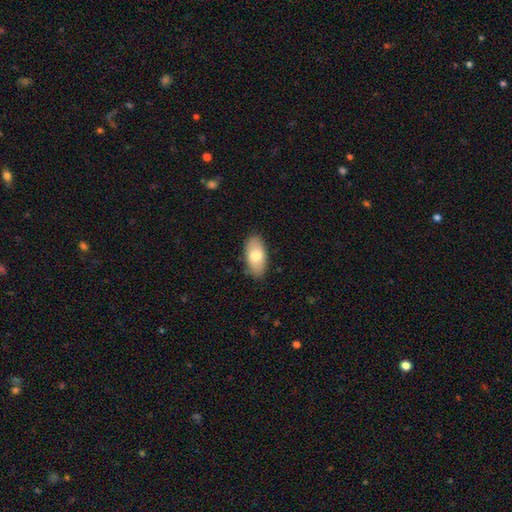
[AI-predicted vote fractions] Morphology: type=smooth (77%); roundness=in between (93%); merging=none (85%).